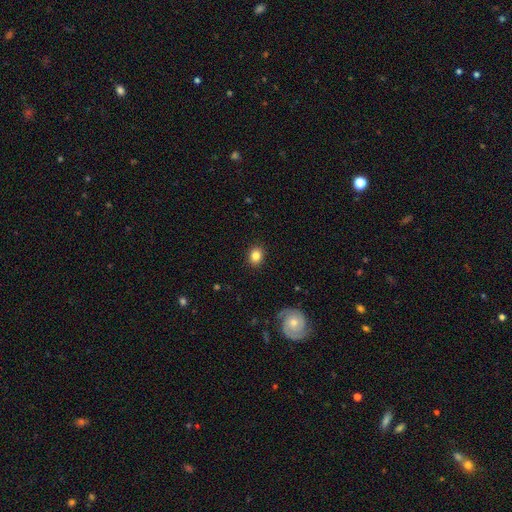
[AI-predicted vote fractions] A smooth galaxy with no disk features (84%) that is round (57%). Merging: none (89%).